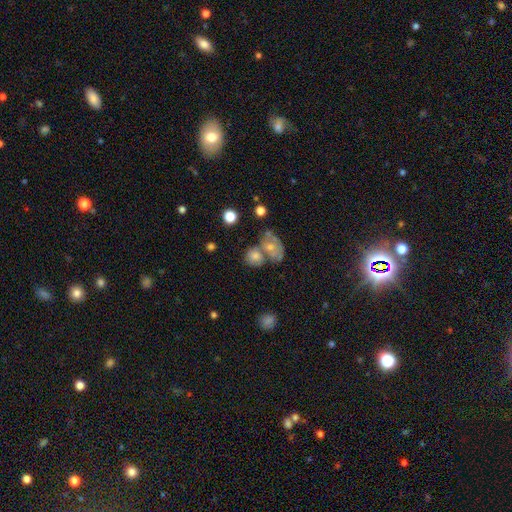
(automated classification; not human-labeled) A smooth galaxy with no disk features (55%) that is round (71%).

Vote fractions:
- Smooth or featured? smooth: 55% / featured or disk: 27% / star or artifact: 17%
- How rounded? round: 71% / in between: 27% / cigar-shaped: 2%
- Merging? merger: 41% / none: 40% / minor disturbance: 12% / major disturbance: 7%